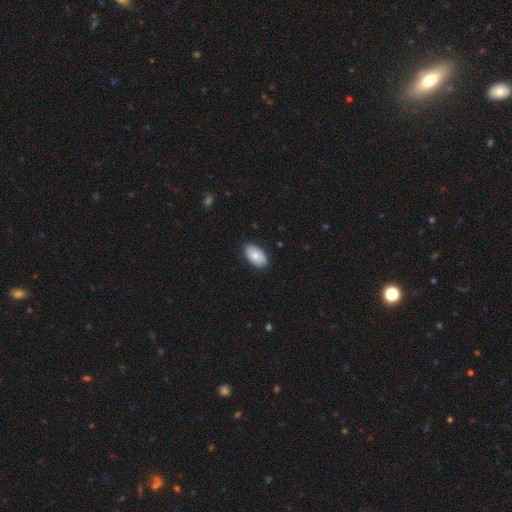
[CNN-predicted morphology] type=smooth (78%); roundness=in between (94%); merging=none (85%).